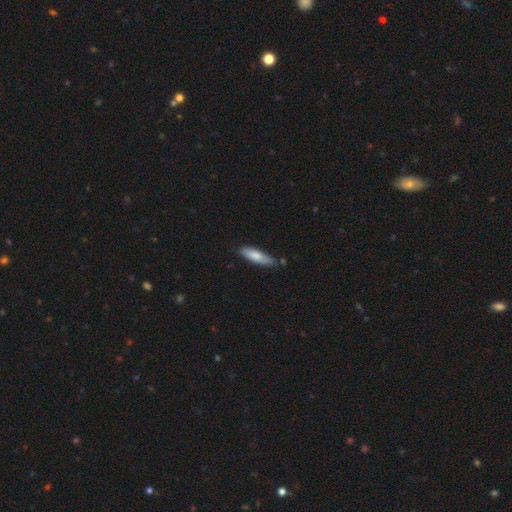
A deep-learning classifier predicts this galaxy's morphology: Smooth or featured? smooth (79%)
How rounded? cigar-shaped (63%)
Merging? none (71%)